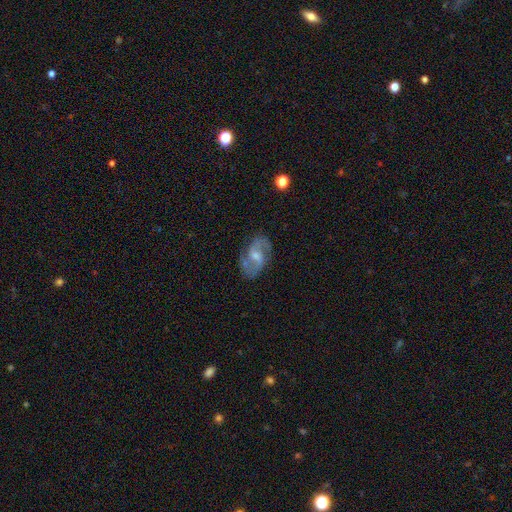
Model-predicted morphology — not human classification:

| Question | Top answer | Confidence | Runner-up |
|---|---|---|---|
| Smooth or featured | featured or disk | 81% | smooth (11%) |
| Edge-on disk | no | 97% | yes (3%) |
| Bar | weak | 50% | no (37%) |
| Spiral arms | yes | 94% | no (6%) |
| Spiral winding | medium | 51% | loose (30%) |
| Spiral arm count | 2 | 87% | can't tell (6%) |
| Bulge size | moderate | 48% | small (44%) |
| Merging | none | 81% | minor disturbance (13%) |